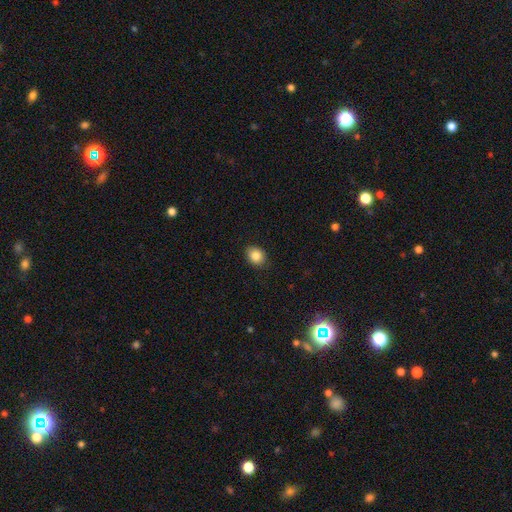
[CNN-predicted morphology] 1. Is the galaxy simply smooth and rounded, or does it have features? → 86% smooth, 9% star or artifact, 5% featured or disk.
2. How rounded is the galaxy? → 56% in between, 43% round, 1% cigar-shaped.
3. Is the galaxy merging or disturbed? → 84% none, 12% minor disturbance, 2% major disturbance, 1% merger.